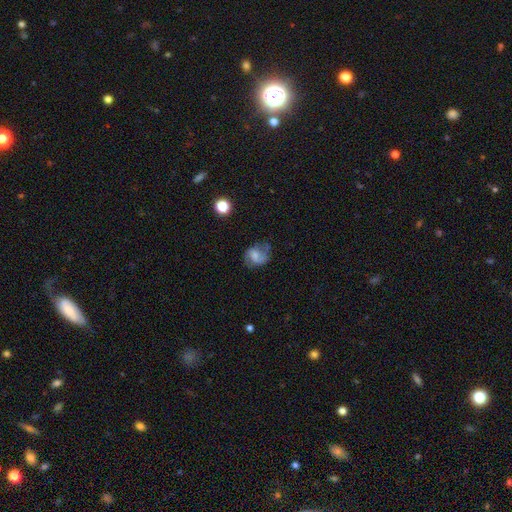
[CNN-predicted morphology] smooth_or_featured: featured or disk (p=0.52) [alt: smooth p=0.39]
disk_edge_on: no (p=0.97) [alt: yes p=0.03]
bar: weak (p=0.46) [alt: no p=0.42]
has_spiral_arms: yes (p=0.84) [alt: no p=0.16]
bulge_size: small (p=0.40) [alt: moderate p=0.36]
merging: none (p=0.59) [alt: minor disturbance p=0.26]